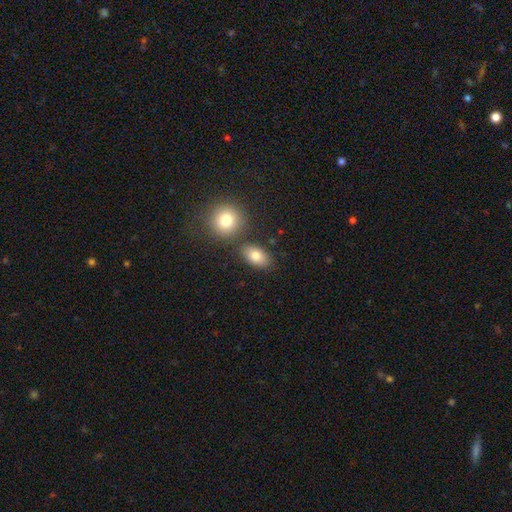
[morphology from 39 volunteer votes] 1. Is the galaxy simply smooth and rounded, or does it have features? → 77% smooth, 18% featured or disk, 5% star or artifact.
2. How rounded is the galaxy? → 100% in between, 0% round, 0% cigar-shaped.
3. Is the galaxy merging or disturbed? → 81% none, 8% merger, 5% minor disturbance, 5% major disturbance.